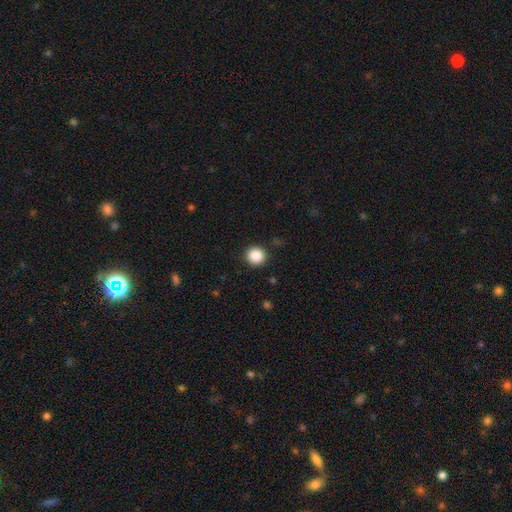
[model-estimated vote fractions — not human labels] A smooth galaxy with no disk features (87%) that is round (92%). Merging: none (90%).